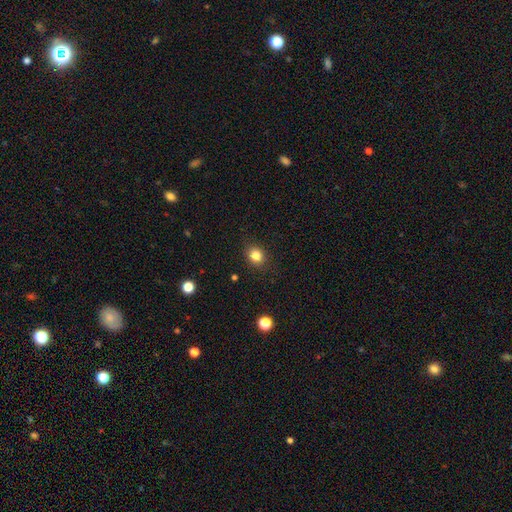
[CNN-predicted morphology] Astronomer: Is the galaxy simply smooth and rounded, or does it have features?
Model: smooth — 83%.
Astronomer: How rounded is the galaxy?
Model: round — 68%.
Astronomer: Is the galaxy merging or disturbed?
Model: none — 87%.